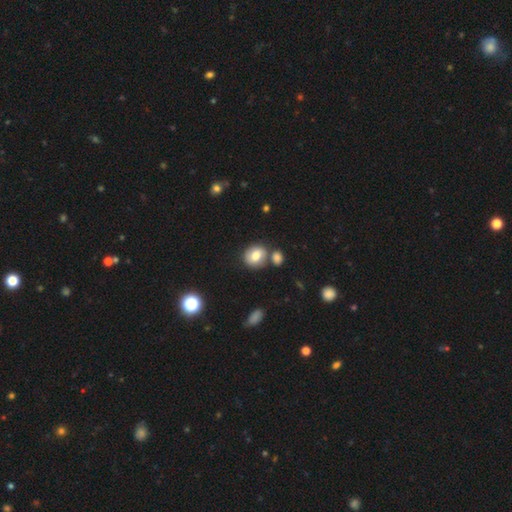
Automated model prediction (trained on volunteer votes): smooth 77%, featured or disk 13%, star or artifact 9%. Down the decision tree: how rounded — round (66%); merging — none (66%).